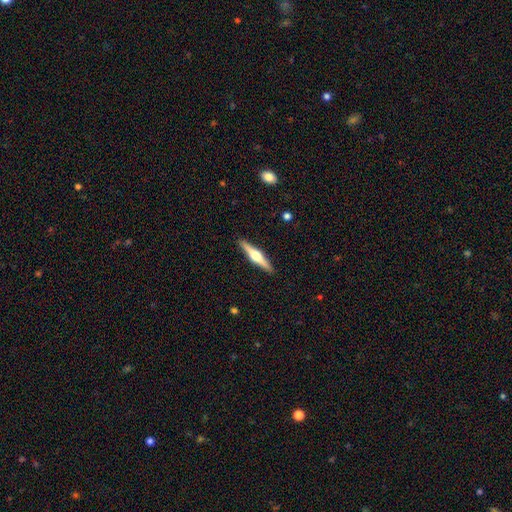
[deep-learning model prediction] smooth_or_featured: featured or disk (p=0.70) [alt: smooth p=0.25]
disk_edge_on: yes (p=0.98) [alt: no p=0.02]
edge_on_bulge: rounded (p=0.94) [alt: boxy p=0.04]
merging: none (p=0.91) [alt: minor disturbance p=0.06]